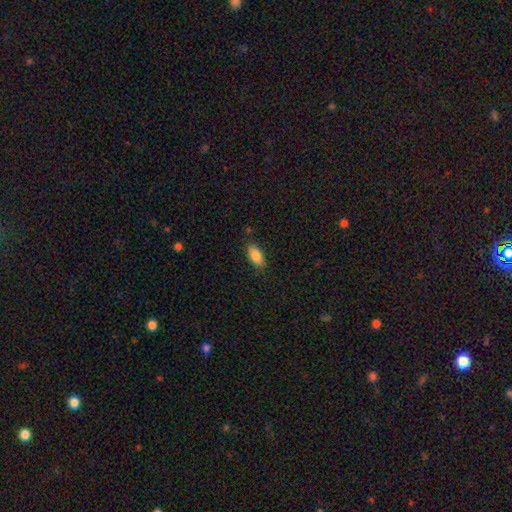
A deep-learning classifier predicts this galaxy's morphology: A smooth galaxy with no disk features (87%) that is in between round and cigar-shaped (90%). Merging: none (84%).